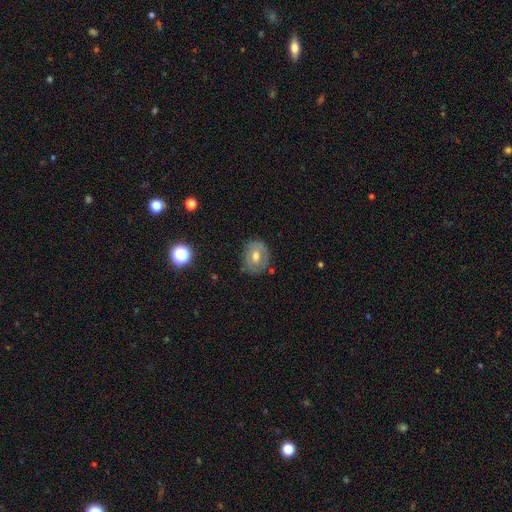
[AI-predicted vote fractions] smooth_or_featured: smooth (p=0.47) [alt: featured or disk p=0.41]
merging: none (p=0.78) [alt: minor disturbance p=0.16]